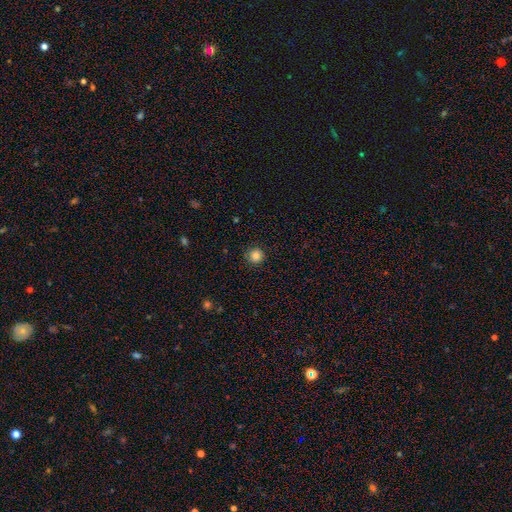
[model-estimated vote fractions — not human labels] A smooth galaxy with no disk features (83%) that is round (95%).

Vote fractions:
- Smooth or featured? smooth: 83% / star or artifact: 12% / featured or disk: 6%
- How rounded? round: 95% / in between: 4% / cigar-shaped: 1%
- Merging? none: 90% / minor disturbance: 7% / major disturbance: 2% / merger: 1%